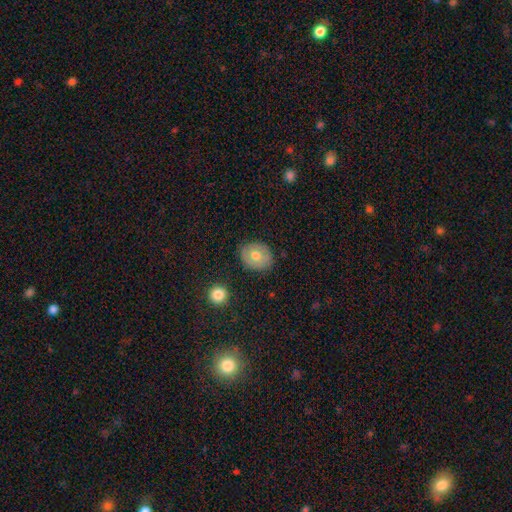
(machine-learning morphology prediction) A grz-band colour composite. It shows a smooth galaxy with no disk features (63%) that is round (58%). Merging: none (82%).